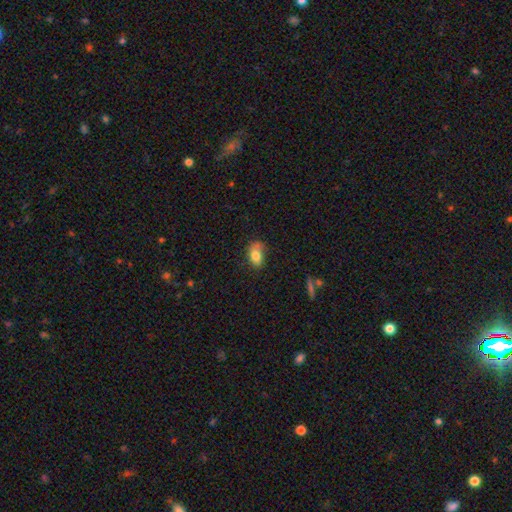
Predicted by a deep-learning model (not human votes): Smooth or featured?
  - smooth: 79% *
  - featured or disk: 12%
  - star or artifact: 9%
How rounded?
  - in between: 88% *
  - round: 10%
  - cigar-shaped: 3%
Merging?
  - none: 49% *
  - minor disturbance: 32%
  - major disturbance: 13%
  - merger: 6%